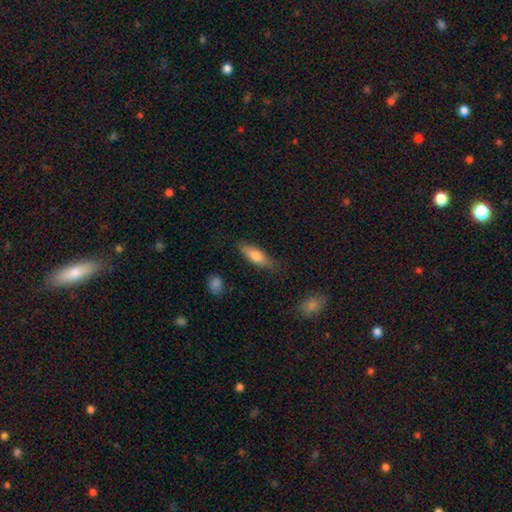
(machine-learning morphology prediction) smooth-or-featured: smooth: 73% | featured or disk: 21% | star or artifact: 6%
  how-rounded: in between: 54% | cigar-shaped: 43% | round: 2%
  merging: none: 80% | minor disturbance: 15% | major disturbance: 3% | merger: 2%